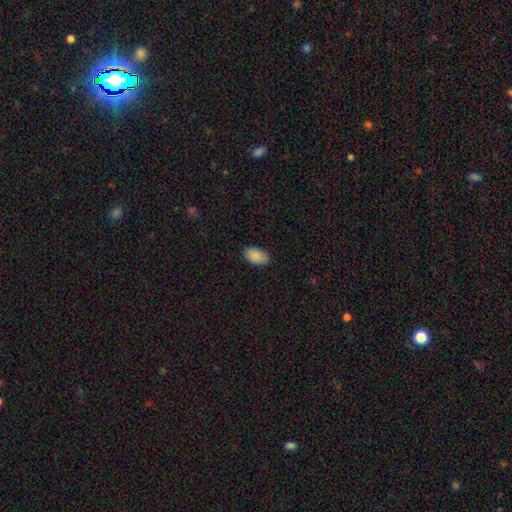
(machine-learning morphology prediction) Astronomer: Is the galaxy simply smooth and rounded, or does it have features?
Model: smooth — 89%.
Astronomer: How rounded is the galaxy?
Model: in between — 93%.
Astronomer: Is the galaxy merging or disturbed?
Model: none — 87%.